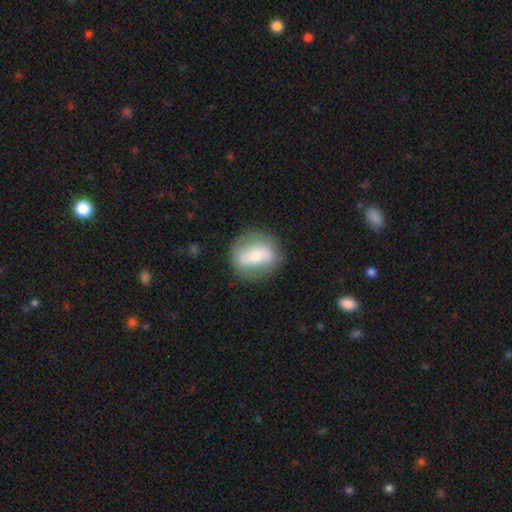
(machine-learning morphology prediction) Smooth or featured? Predicted: featured or disk (p=0.49). Merging? Predicted: none (p=0.79).